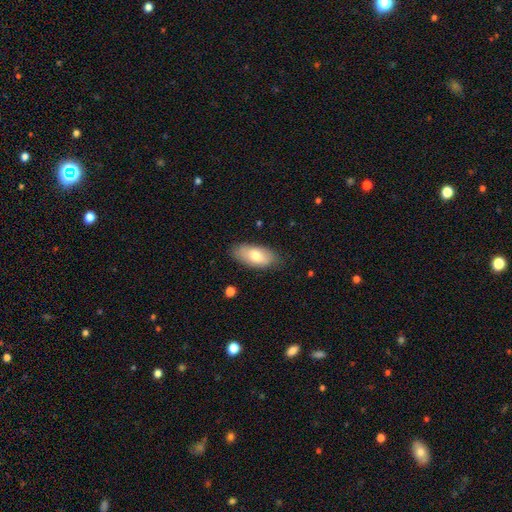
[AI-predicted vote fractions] Overall: smooth (73%). How rounded: in between (91%). Merging: none (80%).